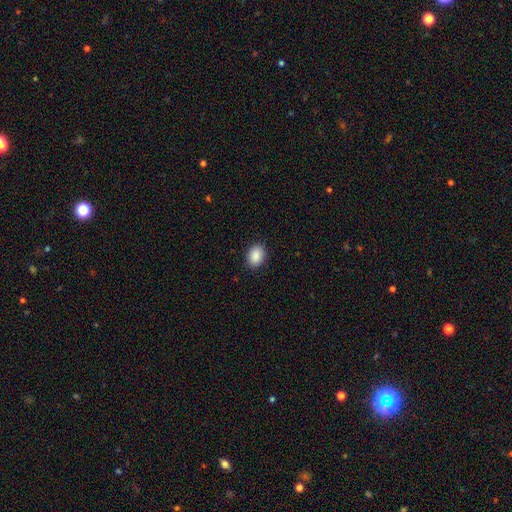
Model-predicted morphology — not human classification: Smooth or featured: smooth — 90% (star or artifact — 7%)
How rounded: in between — 74% (round — 25%)
Merging: none — 88% (minor disturbance — 9%)